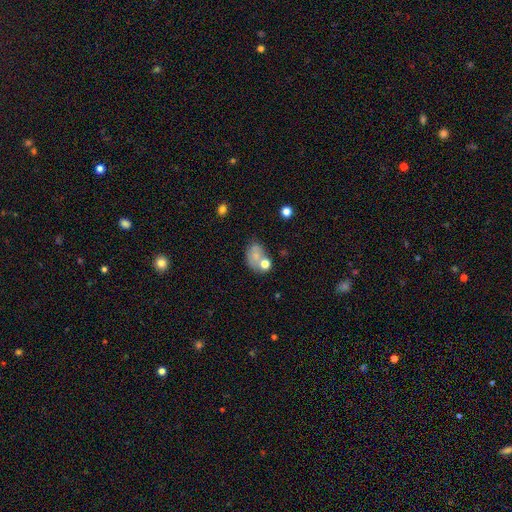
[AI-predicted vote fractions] A smooth galaxy with no disk features (68%) that is in between round and cigar-shaped (73%). Merging: none (41%).